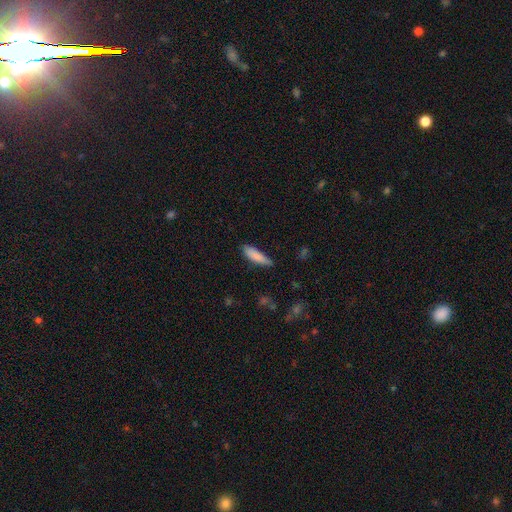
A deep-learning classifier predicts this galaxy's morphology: This appears to be a smooth galaxy with no disk features (85%) that is cigar-shaped (66%). Merging: none (75%).